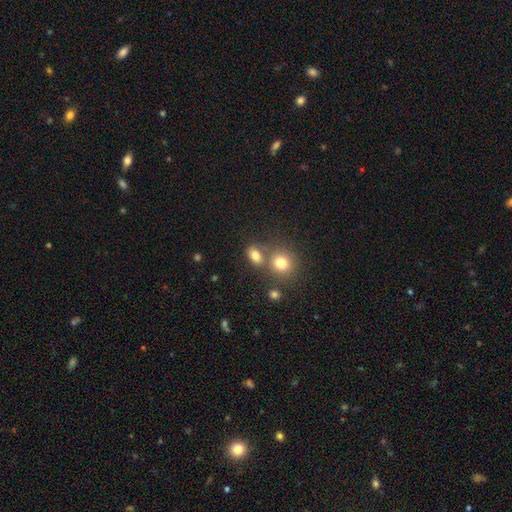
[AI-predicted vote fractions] Overall: smooth (78%). How rounded: in between (69%; round 29%). Merging: none (54%; merger 30%).